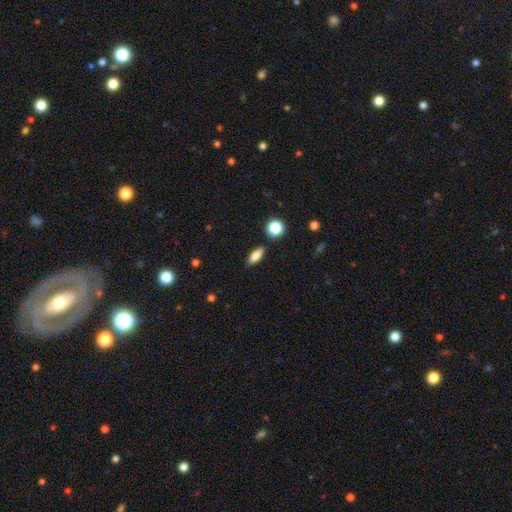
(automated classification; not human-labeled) Q: Smooth or featured?
A: smooth (82%); runner-up: star or artifact (9%)
Q: How rounded?
A: in between (71%); runner-up: cigar-shaped (23%)
Q: Merging?
A: none (86%); runner-up: minor disturbance (9%)